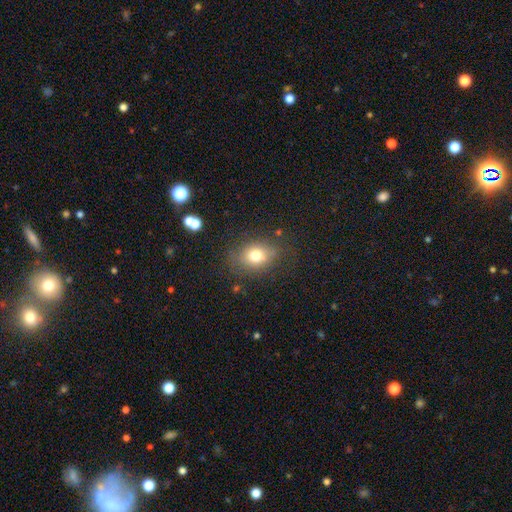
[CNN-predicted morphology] The model was most divided on "how rounded": in between: 58%, round: 41%, cigar-shaped: 1%. More confident: smooth or featured — smooth (75%); merging — none (75%).